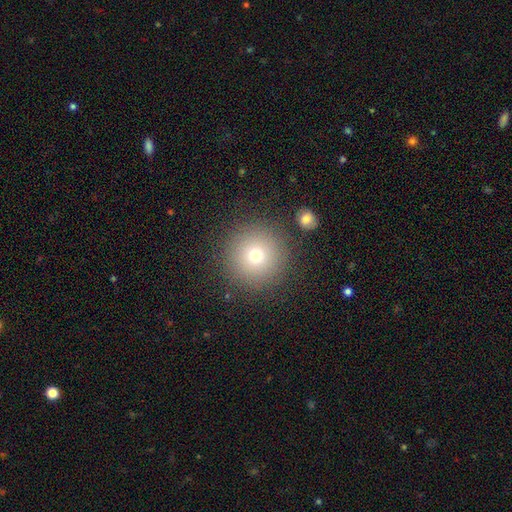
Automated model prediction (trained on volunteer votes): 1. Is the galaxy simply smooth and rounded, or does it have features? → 72% smooth, 15% star or artifact, 12% featured or disk.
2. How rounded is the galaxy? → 96% round, 3% in between, 1% cigar-shaped.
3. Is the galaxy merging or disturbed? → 87% none, 6% minor disturbance, 3% major disturbance, 3% merger.